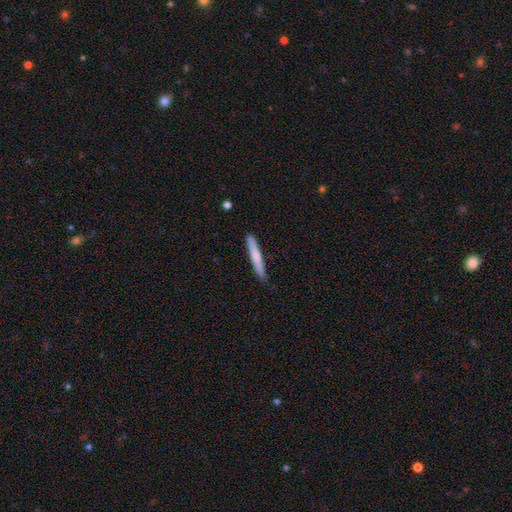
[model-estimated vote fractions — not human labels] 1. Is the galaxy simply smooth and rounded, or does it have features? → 69% smooth, 26% featured or disk, 5% star or artifact.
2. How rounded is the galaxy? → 96% cigar-shaped, 3% in between, 1% round.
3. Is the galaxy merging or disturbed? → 88% none, 9% minor disturbance, 1% major disturbance, 1% merger.